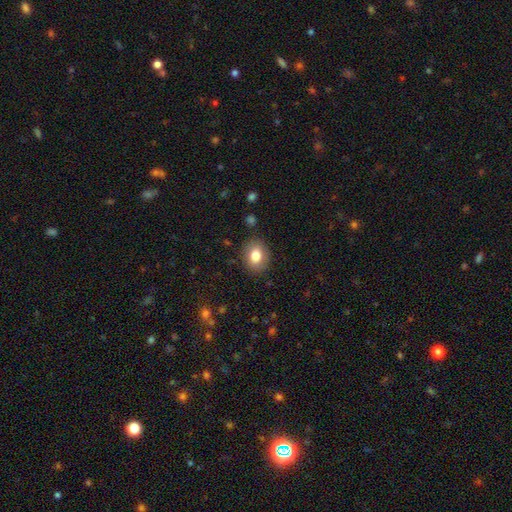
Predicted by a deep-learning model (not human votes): Smooth or featured? smooth (81%)
How rounded? in between (61%)
Merging? none (86%)